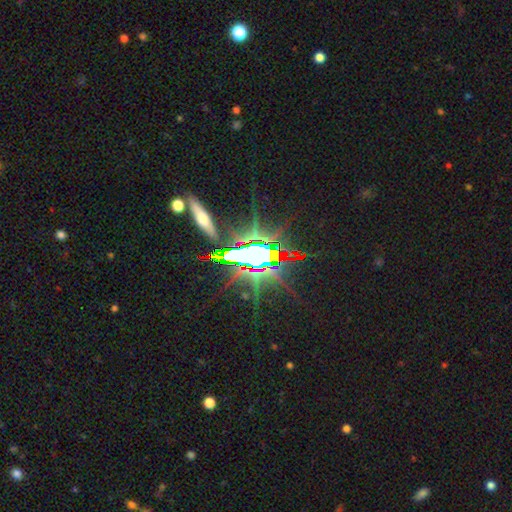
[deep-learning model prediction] Q: Smooth or featured?
A: star or artifact (73%); runner-up: featured or disk (17%)